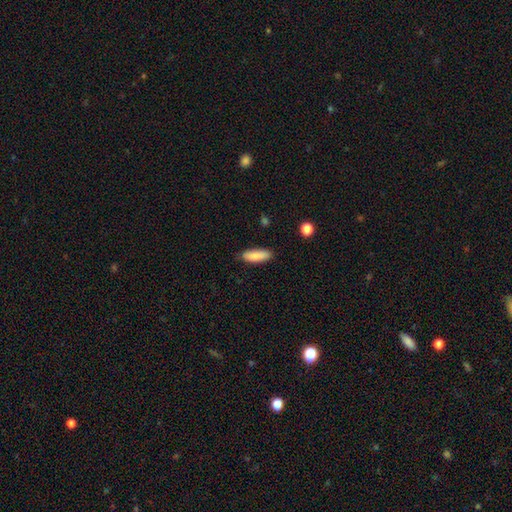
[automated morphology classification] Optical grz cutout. It shows a smooth galaxy with no disk features (85%) that is in between round and cigar-shaped (57%). Merging: none (83%).